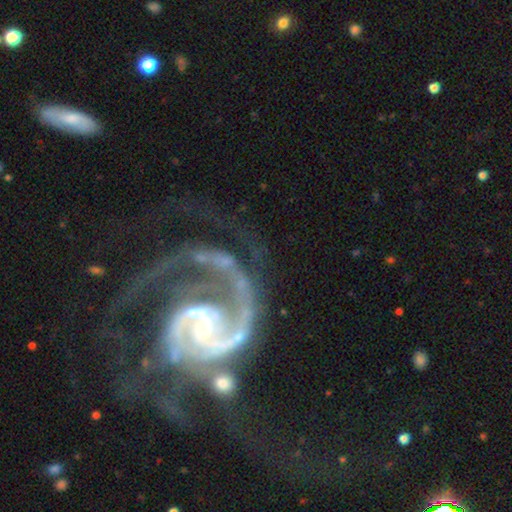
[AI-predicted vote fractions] A featured or disk galaxy (93%) with no bar (49%), 2 (65%) medium (47%) spiral arms (98%) and a small central bulge (70%).

Vote fractions:
- Smooth or featured? featured or disk: 93% / star or artifact: 5% / smooth: 3%
- Edge-on disk? no: 98% / yes: 2%
- Bar? no: 49% / weak: 34% / strong: 18%
- Spiral arms? yes: 98% / no: 2%
- Spiral winding? medium: 47% / tight: 38% / loose: 14%
- Spiral arm count? 2: 65% / 1: 13% / 3: 8% / can't tell: 7% / 4: 4% / more than 4: 4%
- Bulge size? small: 70% / moderate: 23% / none: 3% / large: 2% / dominant: 1%
- Merging? major disturbance: 35% / none: 34% / merger: 16% / minor disturbance: 15%